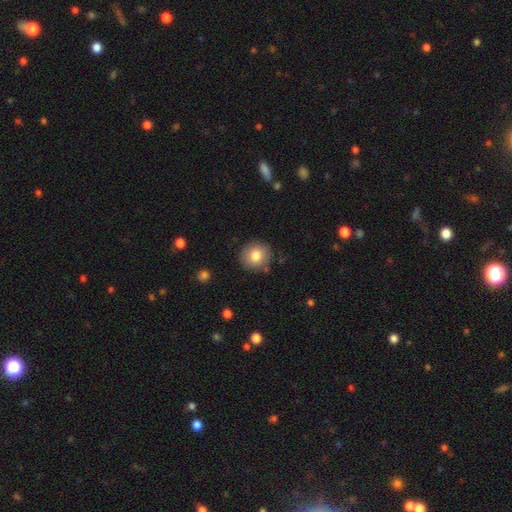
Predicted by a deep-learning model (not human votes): Smooth or featured? Predicted: smooth (p=0.80). How rounded? Predicted: round (p=0.90). Merging? Predicted: none (p=0.87).